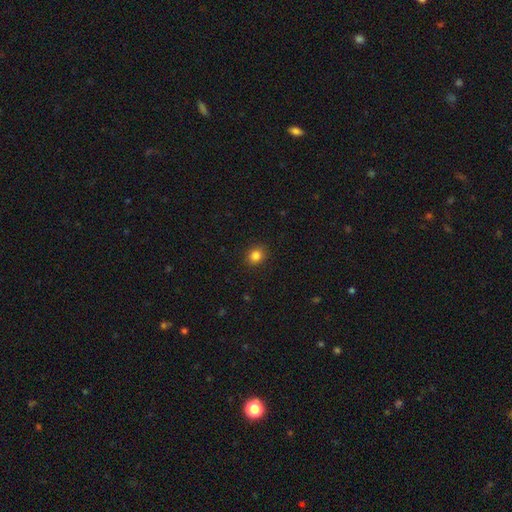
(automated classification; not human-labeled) A smooth galaxy with no disk features (84%) that is round (76%).

Vote fractions:
- Smooth or featured? smooth: 84% / star or artifact: 12% / featured or disk: 5%
- How rounded? round: 76% / in between: 23% / cigar-shaped: 1%
- Merging? none: 90% / minor disturbance: 7% / major disturbance: 2% / merger: 1%